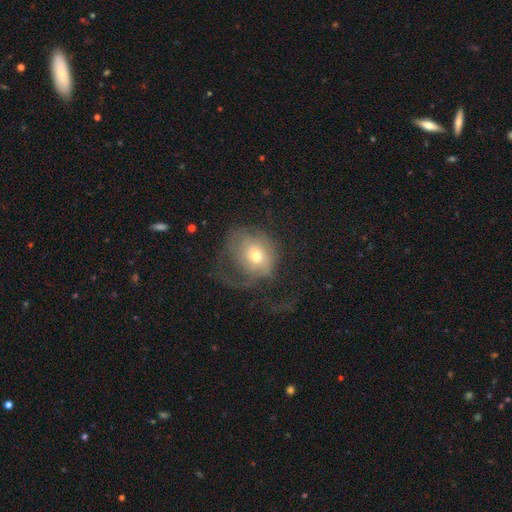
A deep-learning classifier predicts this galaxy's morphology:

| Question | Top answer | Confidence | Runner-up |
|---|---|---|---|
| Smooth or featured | smooth | 55% | featured or disk (35%) |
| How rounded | round | 66% | in between (33%) |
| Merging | major disturbance | 52% | none (28%) |